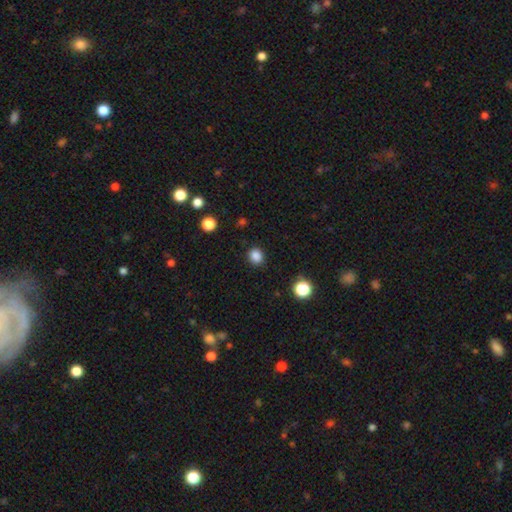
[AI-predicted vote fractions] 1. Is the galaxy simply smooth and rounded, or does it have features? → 85% smooth, 12% star or artifact, 3% featured or disk.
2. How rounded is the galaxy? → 75% round, 25% in between, 1% cigar-shaped.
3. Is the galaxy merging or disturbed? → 89% none, 7% minor disturbance, 2% major disturbance, 1% merger.